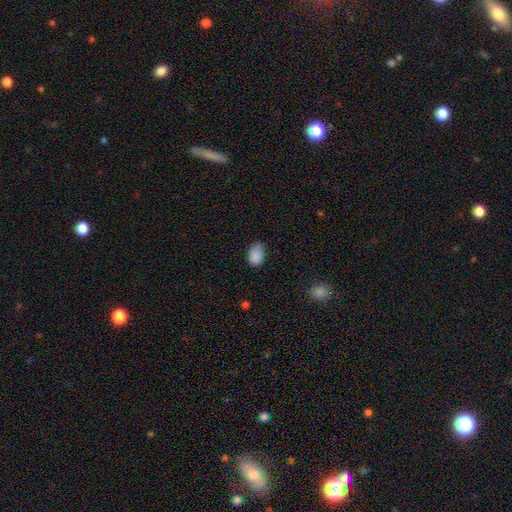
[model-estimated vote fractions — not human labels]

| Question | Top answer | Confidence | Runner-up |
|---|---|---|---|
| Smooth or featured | smooth | 88% | star or artifact (8%) |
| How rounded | in between | 83% | round (16%) |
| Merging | none | 62% | minor disturbance (31%) |